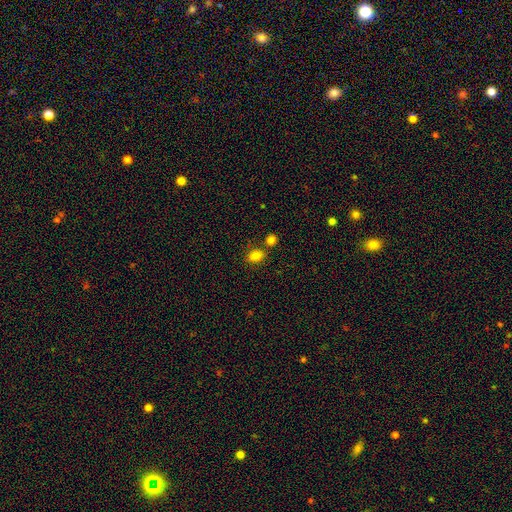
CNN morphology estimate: Q: Smooth or featured?
A: smooth (84%); runner-up: star or artifact (11%)
Q: How rounded?
A: in between (69%); runner-up: round (30%)
Q: Merging?
A: none (70%); runner-up: merger (16%)